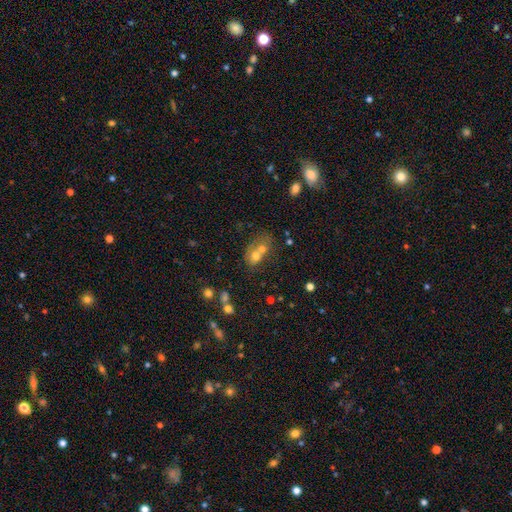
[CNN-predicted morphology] Smooth or featured? smooth (62%)
How rounded? in between (54%)
Merging? merger (70%)